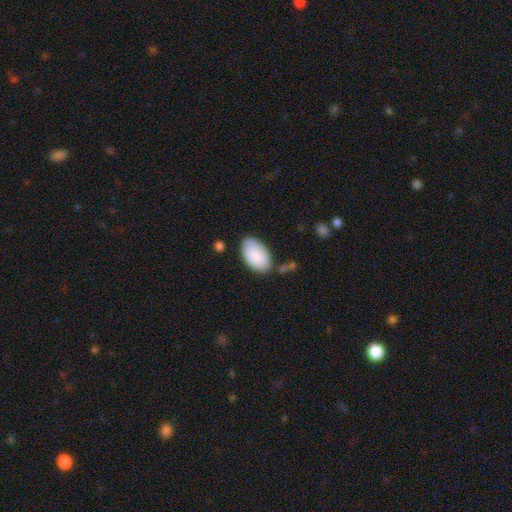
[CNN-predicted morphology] Smooth or featured? smooth (89%)
How rounded? in between (96%)
Merging? none (75%)